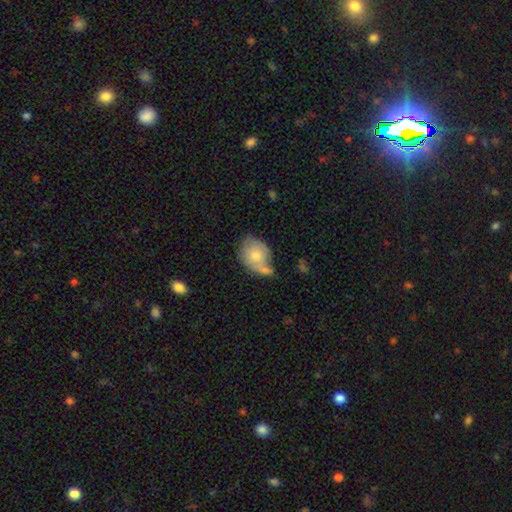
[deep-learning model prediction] The model was most divided on "merging": none: 34%, merger: 30%, minor disturbance: 26%, major disturbance: 10%. More confident: smooth or featured — smooth (67%); how rounded — in between (52%).